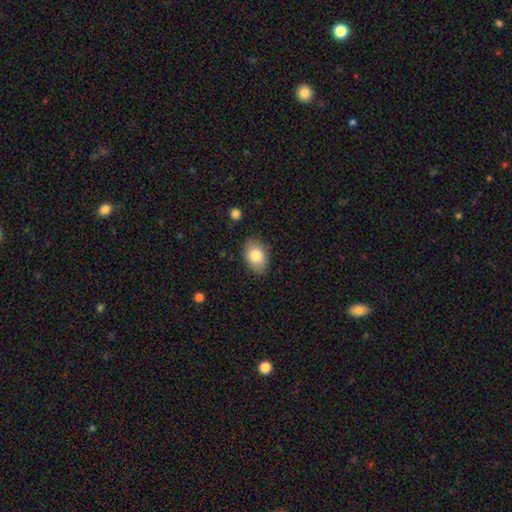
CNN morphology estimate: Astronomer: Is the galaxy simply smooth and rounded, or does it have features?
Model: smooth — 83%.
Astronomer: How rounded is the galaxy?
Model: in between — 87%.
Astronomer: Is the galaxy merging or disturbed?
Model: none — 83%.